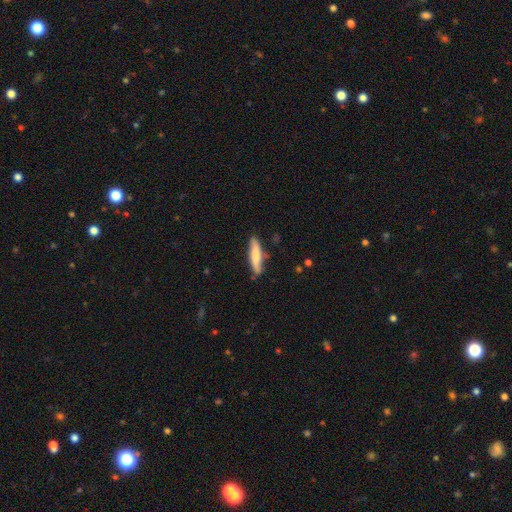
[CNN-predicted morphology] Smooth or featured?
  - smooth: 73% *
  - featured or disk: 22%
  - star or artifact: 6%
How rounded?
  - cigar-shaped: 81% *
  - in between: 18%
  - round: 1%
Merging?
  - none: 77% *
  - minor disturbance: 18%
  - major disturbance: 3%
  - merger: 3%